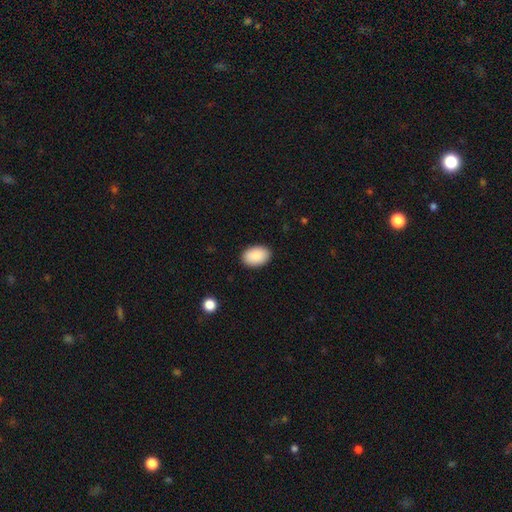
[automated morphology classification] Smooth or featured? smooth (90%)
How rounded? in between (88%)
Merging? none (90%)